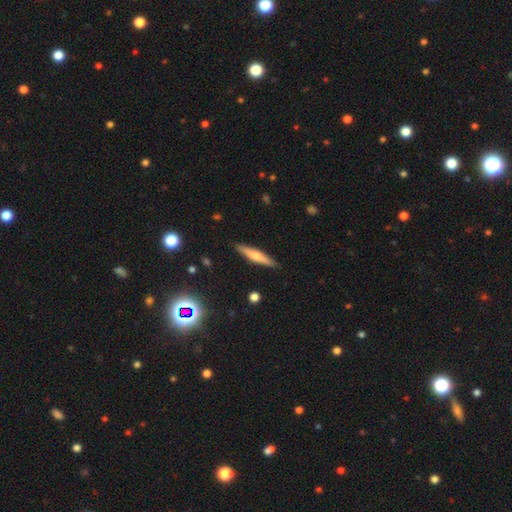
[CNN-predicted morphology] smooth 49%, featured or disk 44%, star or artifact 7%. Down the decision tree: merging — none (90%).